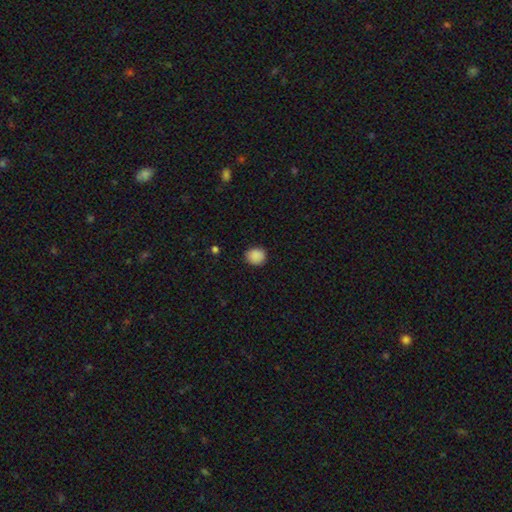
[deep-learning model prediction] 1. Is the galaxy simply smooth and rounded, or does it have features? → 88% smooth, 9% star or artifact, 3% featured or disk.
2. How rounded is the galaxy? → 77% round, 22% in between, 1% cigar-shaped.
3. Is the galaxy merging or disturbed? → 87% none, 10% minor disturbance, 2% major disturbance, 1% merger.